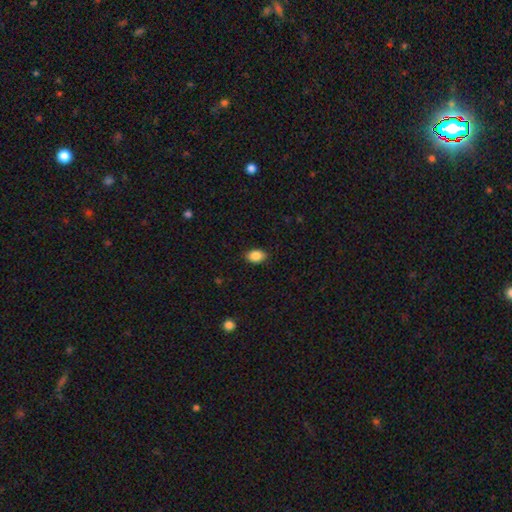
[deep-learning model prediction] Q: Smooth or featured?
A: smooth (86%); runner-up: star or artifact (8%)
Q: How rounded?
A: in between (85%); runner-up: round (14%)
Q: Merging?
A: none (87%); runner-up: minor disturbance (10%)